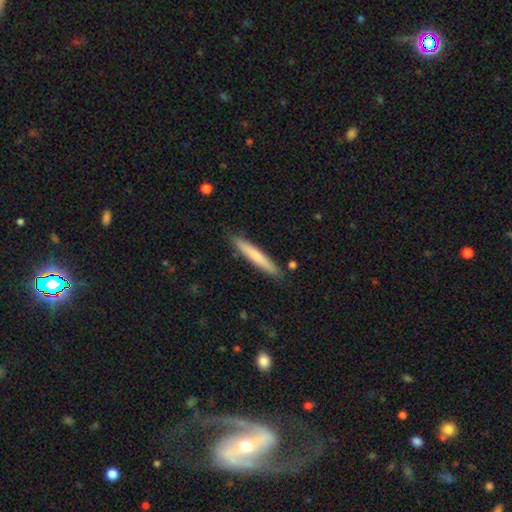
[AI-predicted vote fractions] This is likely a smooth galaxy (70%). How rounded: clearly cigar-shaped (95%). Merging: clearly none (89%).